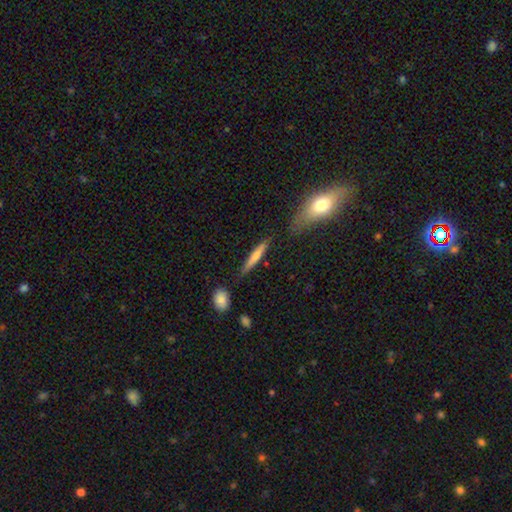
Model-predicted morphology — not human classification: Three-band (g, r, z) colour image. It shows a smooth galaxy with no disk features (68%) that is cigar-shaped (91%). Merging: none (79%).